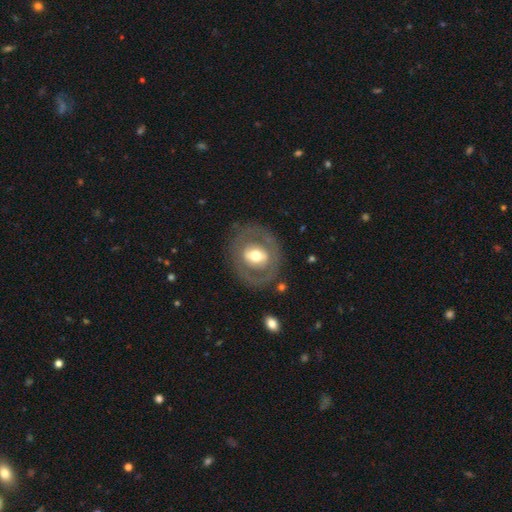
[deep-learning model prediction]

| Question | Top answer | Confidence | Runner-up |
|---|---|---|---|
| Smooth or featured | featured or disk | 59% | smooth (35%) |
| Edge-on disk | no | 94% | yes (6%) |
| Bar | no | 49% | weak (29%) |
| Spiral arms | no | 81% | yes (19%) |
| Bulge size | moderate | 63% | large (26%) |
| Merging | none | 77% | minor disturbance (12%) |